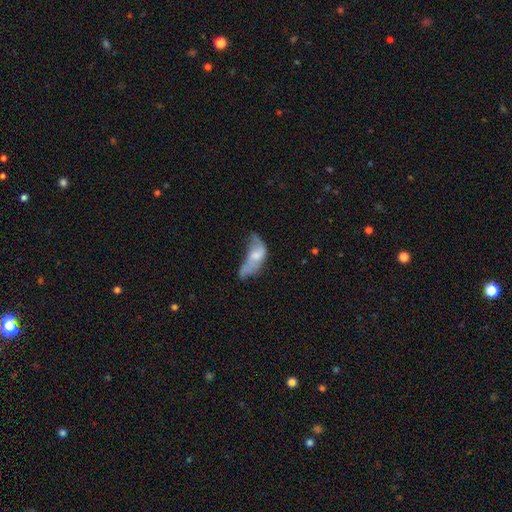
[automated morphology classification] Smooth or featured? smooth (50%)
How rounded? in between (82%)
Merging? major disturbance (40%)